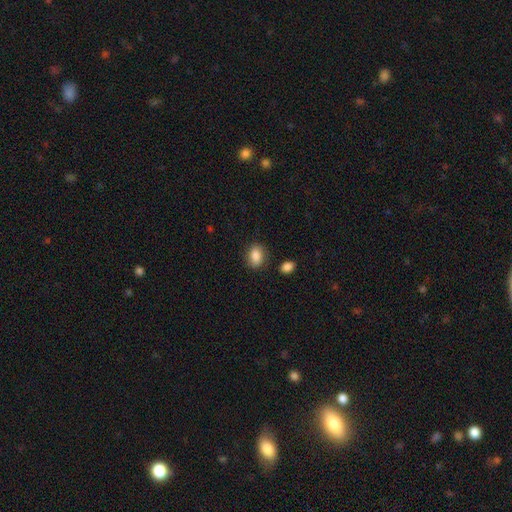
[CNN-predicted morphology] Smooth or featured? Predicted: smooth (p=0.86). How rounded? Predicted: in between (p=0.72). Merging? Predicted: none (p=0.81).